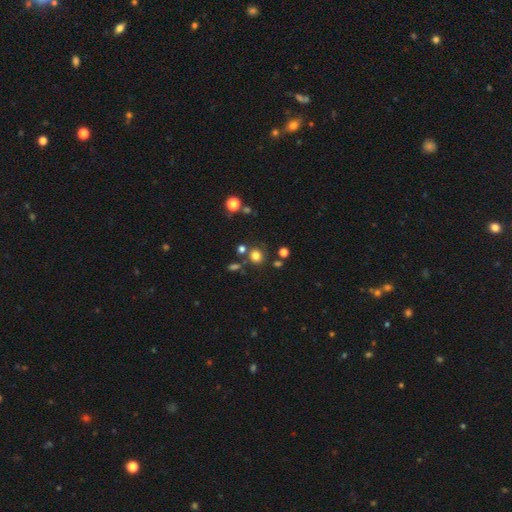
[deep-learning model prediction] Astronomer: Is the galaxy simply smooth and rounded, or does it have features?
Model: smooth — 77%.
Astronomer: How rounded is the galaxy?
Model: round — 83%.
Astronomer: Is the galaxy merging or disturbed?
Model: none — 77%.